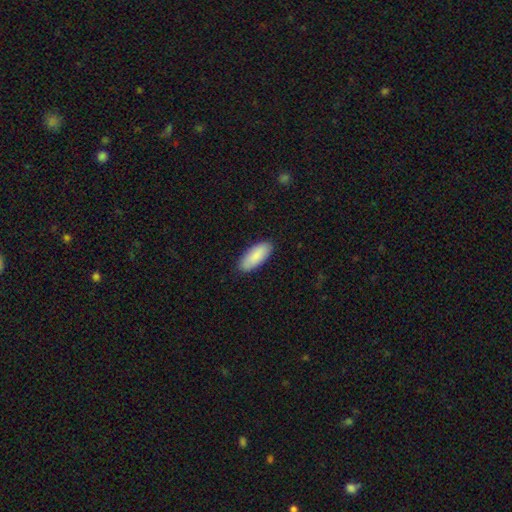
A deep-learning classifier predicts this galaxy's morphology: Smooth or featured: smooth — 89% (featured or disk — 6%)
How rounded: in between — 85% (cigar-shaped — 14%)
Merging: none — 88% (minor disturbance — 9%)